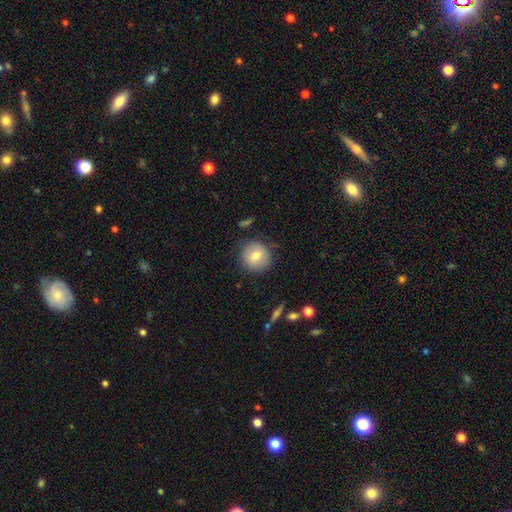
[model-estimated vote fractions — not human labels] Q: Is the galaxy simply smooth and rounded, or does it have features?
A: smooth — 74%.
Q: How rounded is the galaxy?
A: round — 92%.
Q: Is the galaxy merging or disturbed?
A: none — 84%.